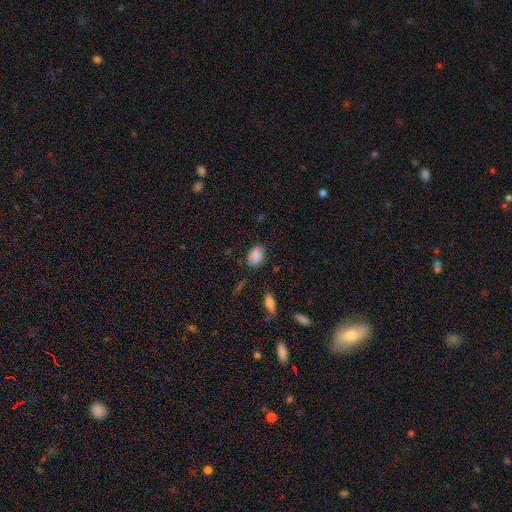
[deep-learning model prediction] This is clearly a smooth galaxy (82%). How rounded: likely in between (73%). Merging: likely none (75%).